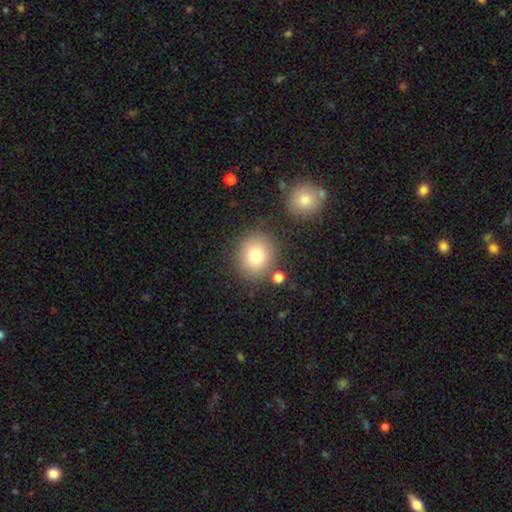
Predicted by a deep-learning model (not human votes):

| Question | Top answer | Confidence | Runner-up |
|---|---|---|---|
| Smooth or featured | smooth | 78% | star or artifact (11%) |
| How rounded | round | 83% | in between (16%) |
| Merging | none | 80% | minor disturbance (9%) |